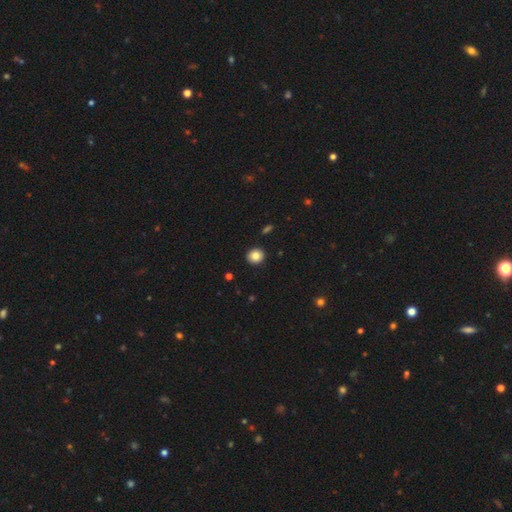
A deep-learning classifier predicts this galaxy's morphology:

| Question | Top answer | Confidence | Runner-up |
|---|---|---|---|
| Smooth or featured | smooth | 84% | star or artifact (9%) |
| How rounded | round | 84% | in between (15%) |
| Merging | none | 92% | minor disturbance (5%) |